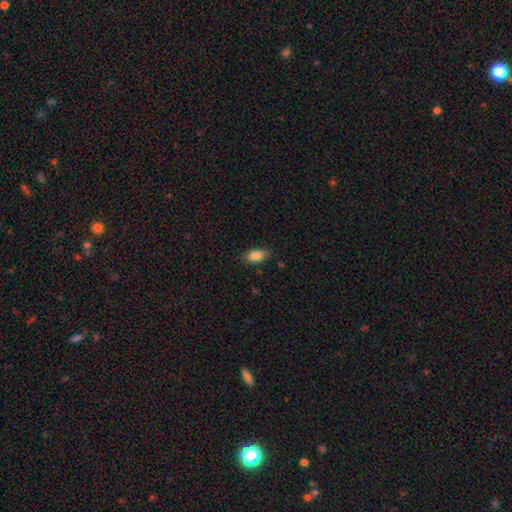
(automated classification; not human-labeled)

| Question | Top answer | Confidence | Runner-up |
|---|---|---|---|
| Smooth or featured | smooth | 85% | star or artifact (7%) |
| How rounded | in between | 88% | cigar-shaped (8%) |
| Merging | none | 83% | minor disturbance (13%) |